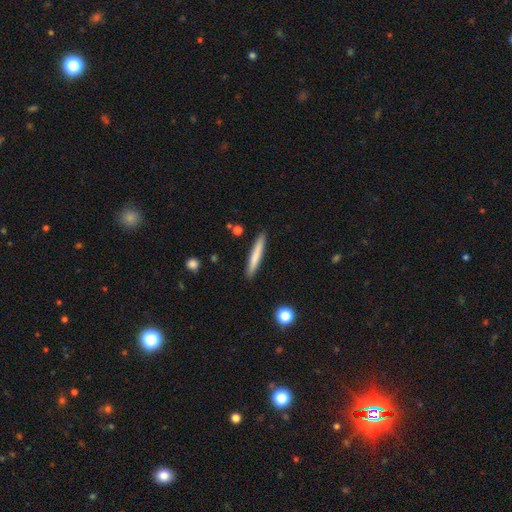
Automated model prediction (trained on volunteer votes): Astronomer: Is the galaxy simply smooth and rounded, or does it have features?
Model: smooth — 72%.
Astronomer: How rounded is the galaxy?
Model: cigar-shaped — 95%.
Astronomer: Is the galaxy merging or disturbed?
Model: none — 90%.